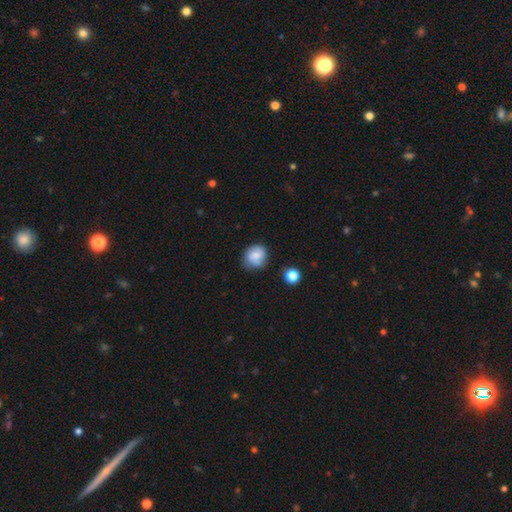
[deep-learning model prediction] This appears to be a smooth galaxy with no disk features (64%) that is round (75%). Merging: none (64%).